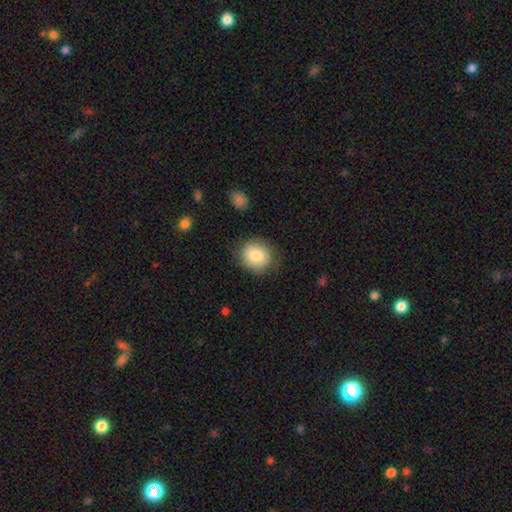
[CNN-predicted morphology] Q: Smooth or featured?
A: smooth (81%); runner-up: featured or disk (12%)
Q: How rounded?
A: round (79%); runner-up: in between (20%)
Q: Merging?
A: none (80%); runner-up: minor disturbance (14%)